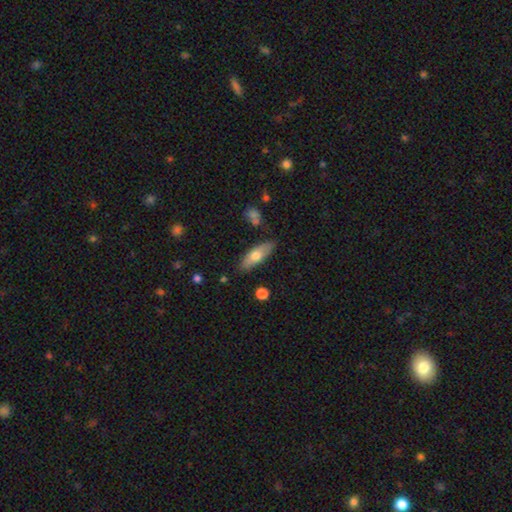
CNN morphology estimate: smooth-or-featured: smooth: 65% | featured or disk: 29% | star or artifact: 6%
  how-rounded: in between: 62% | cigar-shaped: 35% | round: 3%
  merging: none: 82% | minor disturbance: 13% | merger: 3% | major disturbance: 3%